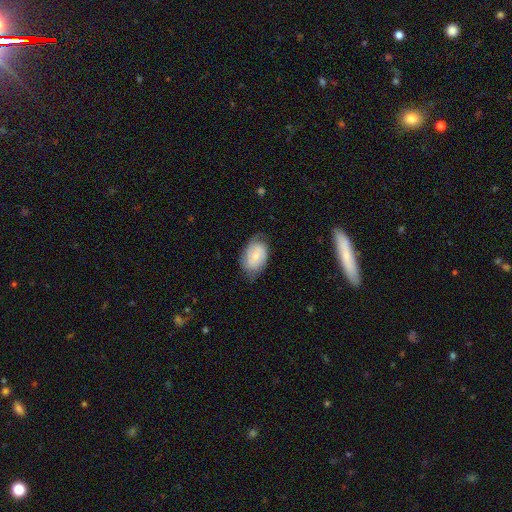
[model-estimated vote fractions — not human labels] This appears to be a featured or disk galaxy (50%). Merging: none (67%).